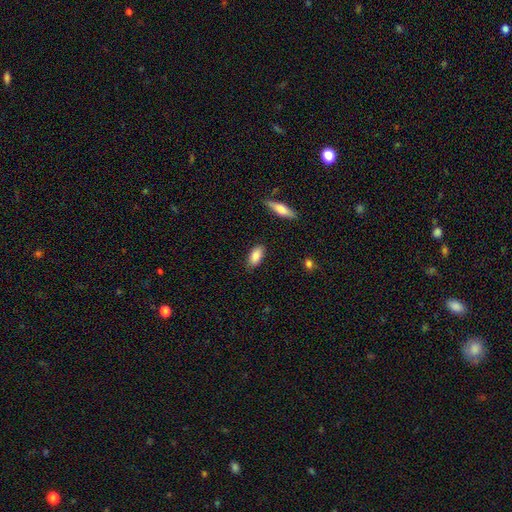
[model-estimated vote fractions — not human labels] Morphology: type=smooth (85%); roundness=in between (88%); merging=none (83%).